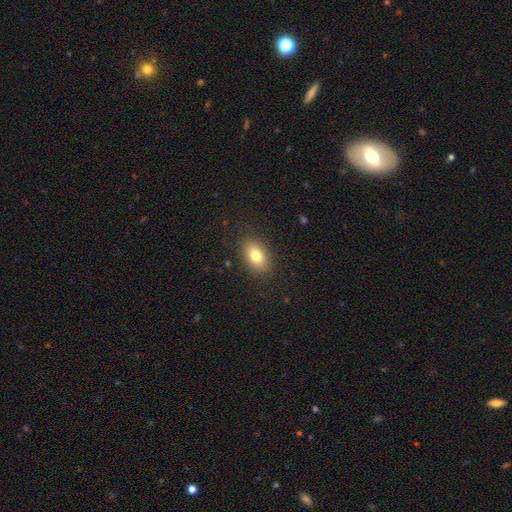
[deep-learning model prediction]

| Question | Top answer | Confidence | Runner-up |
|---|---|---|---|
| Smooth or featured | smooth | 79% | featured or disk (12%) |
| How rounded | in between | 88% | round (10%) |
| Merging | none | 86% | minor disturbance (10%) |